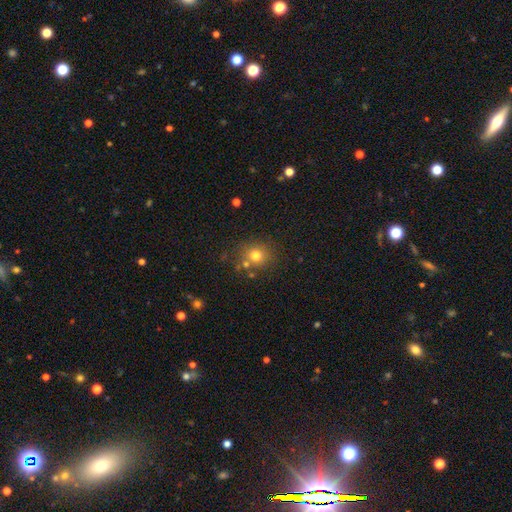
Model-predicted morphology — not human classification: smooth 75%, star or artifact 15%, featured or disk 10%. Down the decision tree: how rounded — round (80%); merging — none (73%).